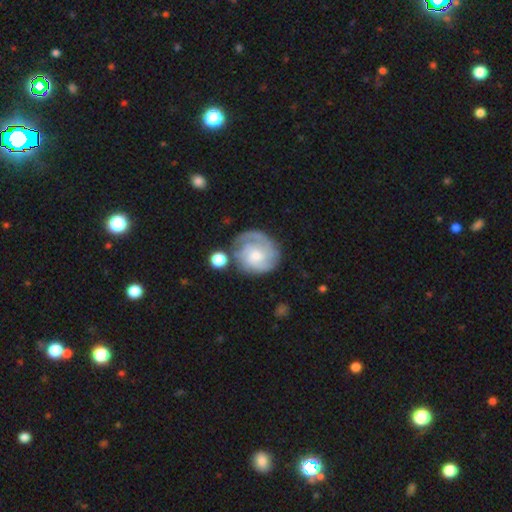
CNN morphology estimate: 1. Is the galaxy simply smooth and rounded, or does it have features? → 69% featured or disk, 25% smooth, 6% star or artifact.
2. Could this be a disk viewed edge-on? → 98% no, 2% yes.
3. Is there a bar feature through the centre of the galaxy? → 69% no, 28% weak, 4% strong.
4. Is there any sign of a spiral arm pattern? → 89% yes, 11% no.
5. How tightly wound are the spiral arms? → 56% tight, 32% medium, 12% loose.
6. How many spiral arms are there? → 34% can't tell, 25% 2, 20% 3, 11% 1, 6% 4, 4% more than 4.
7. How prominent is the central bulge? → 46% moderate, 39% small, 8% large, 6% none, 2% dominant.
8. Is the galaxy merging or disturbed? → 59% none, 20% minor disturbance, 12% major disturbance, 9% merger.